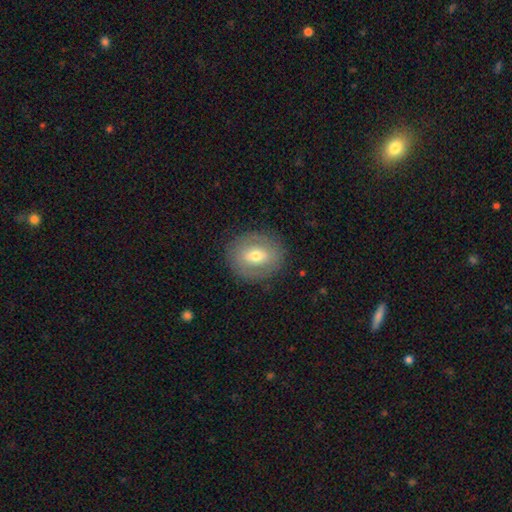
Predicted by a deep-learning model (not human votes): Smooth or featured? smooth (48%)
Merging? none (84%)